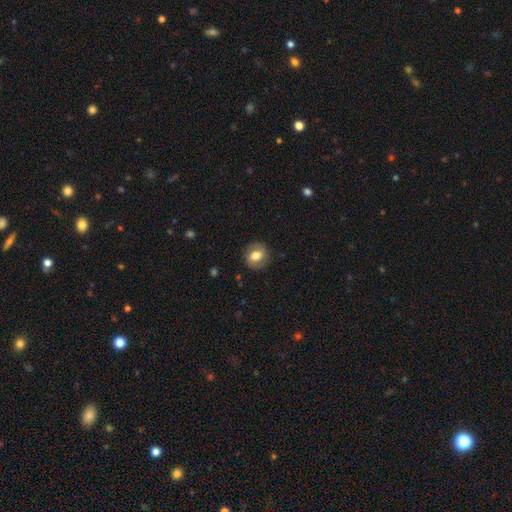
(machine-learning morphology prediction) A smooth galaxy with no disk features (68%) that is round (78%). Merging: none (85%).